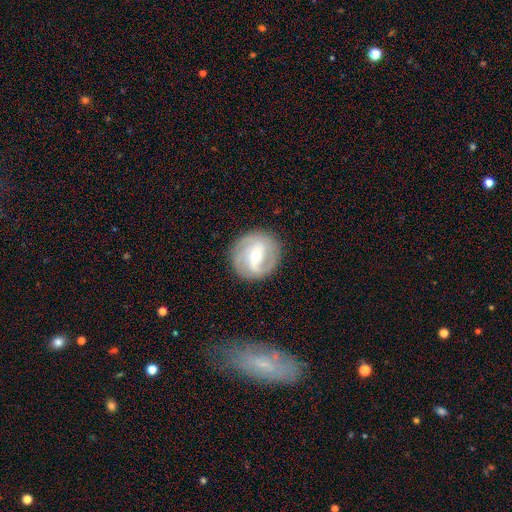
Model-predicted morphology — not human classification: Overall: featured or disk (81%). Edge-on disk: no (97%). Bar: weak (45%; strong 37%). Spiral arms: yes (92%). Spiral arm count: 2 (52%; 3 20%). Spiral winding: medium (42%; tight 39%). Bulge size: moderate (50%; small 47%). Merging: none (85%).